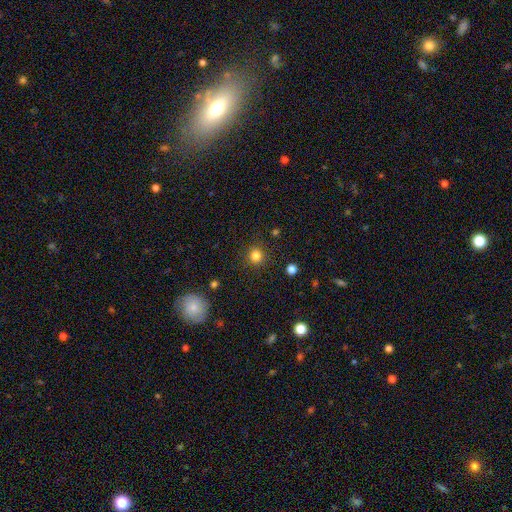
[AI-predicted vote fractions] A smooth galaxy with no disk features (82%) that is round (92%).

Vote fractions:
- Smooth or featured? smooth: 82% / star or artifact: 13% / featured or disk: 5%
- How rounded? round: 92% / in between: 7% / cigar-shaped: 1%
- Merging? none: 90% / minor disturbance: 7% / major disturbance: 2% / merger: 1%